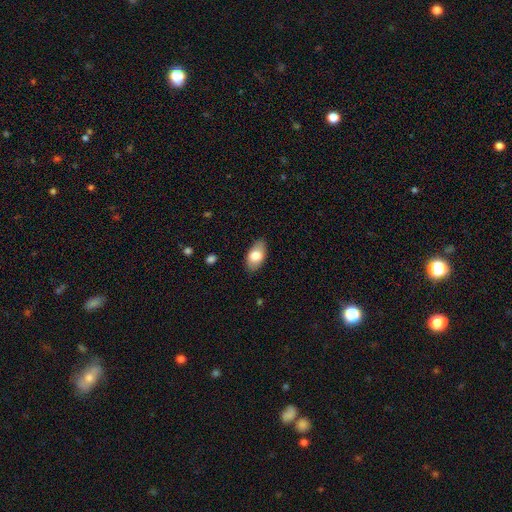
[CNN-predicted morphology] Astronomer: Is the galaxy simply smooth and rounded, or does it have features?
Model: smooth — 77%.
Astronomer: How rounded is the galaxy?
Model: in between — 93%.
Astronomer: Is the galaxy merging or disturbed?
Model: none — 85%.